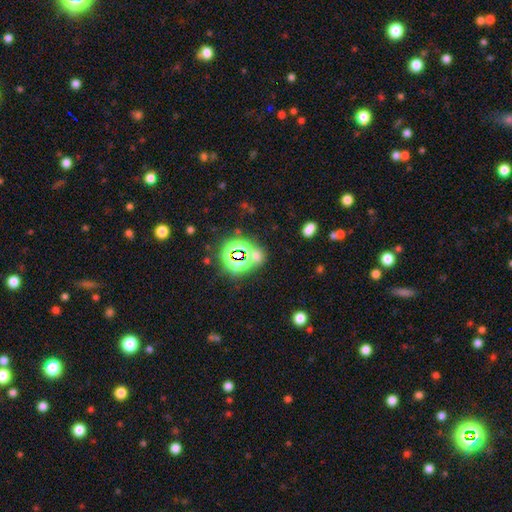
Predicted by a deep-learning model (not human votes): Overall: star or artifact (61%; smooth 30%).